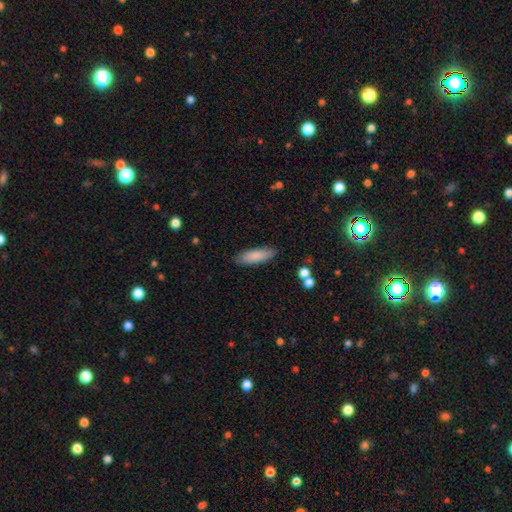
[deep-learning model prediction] Morphology: type=smooth (83%); roundness=cigar-shaped (50%); merging=none (86%).